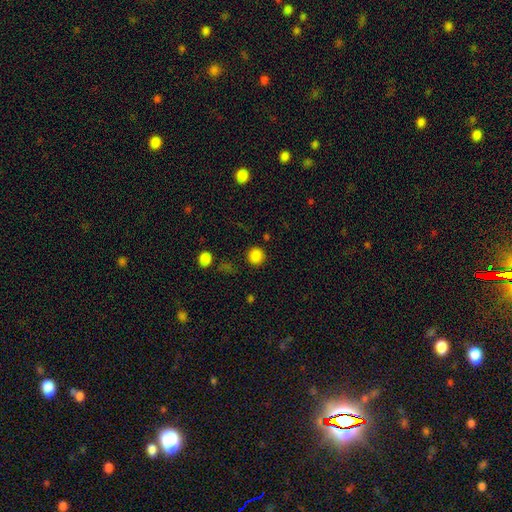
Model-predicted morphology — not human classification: Overall: smooth (85%). How rounded: round (92%). Merging: none (88%).